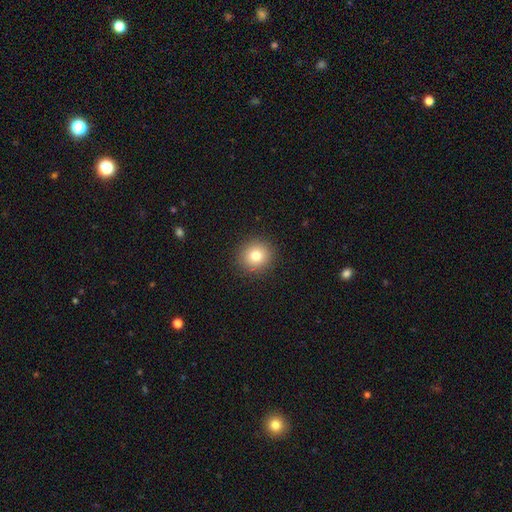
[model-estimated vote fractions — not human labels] Morphology: type=smooth (80%); roundness=round (90%); merging=none (91%).